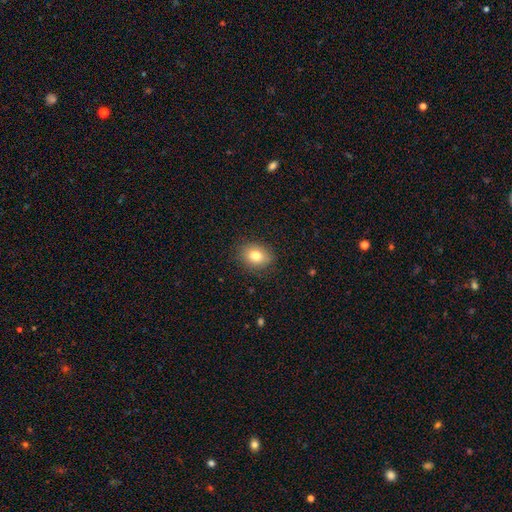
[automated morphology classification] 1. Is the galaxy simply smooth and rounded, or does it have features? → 80% smooth, 10% featured or disk, 10% star or artifact.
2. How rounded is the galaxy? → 58% in between, 41% round, 1% cigar-shaped.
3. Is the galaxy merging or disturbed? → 84% none, 12% minor disturbance, 3% major disturbance, 1% merger.